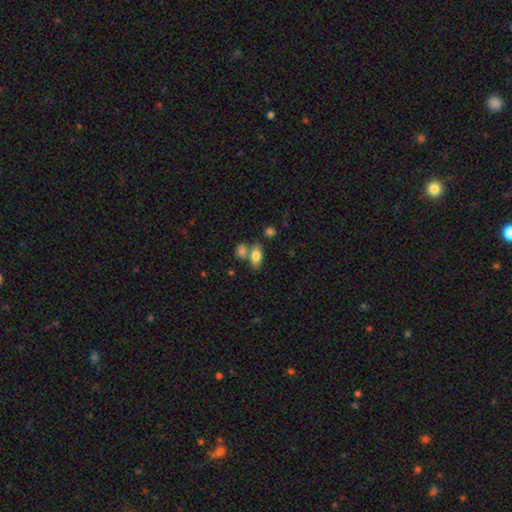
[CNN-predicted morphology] Overall: smooth (79%). How rounded: in between (87%). Merging: none (53%; merger 30%).